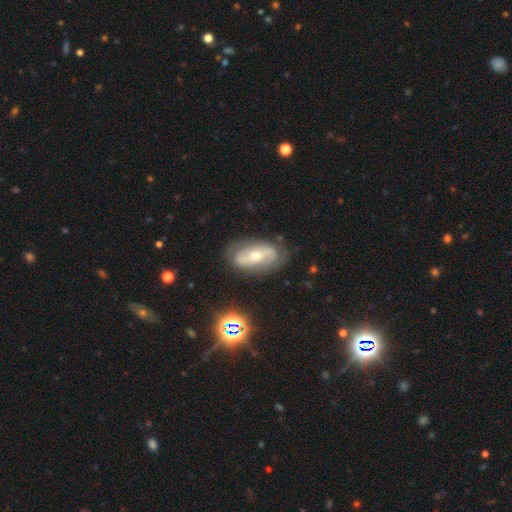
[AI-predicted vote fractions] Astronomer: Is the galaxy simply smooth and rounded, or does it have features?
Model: featured or disk — 69%.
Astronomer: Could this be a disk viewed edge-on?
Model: no — 91%.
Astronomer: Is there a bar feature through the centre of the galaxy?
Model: no — 40% (runner-up: weak, 30%).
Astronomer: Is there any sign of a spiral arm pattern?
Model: yes — 70%.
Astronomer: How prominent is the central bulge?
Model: moderate — 57% (runner-up: small, 39%).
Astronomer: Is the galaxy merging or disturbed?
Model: none — 76%.